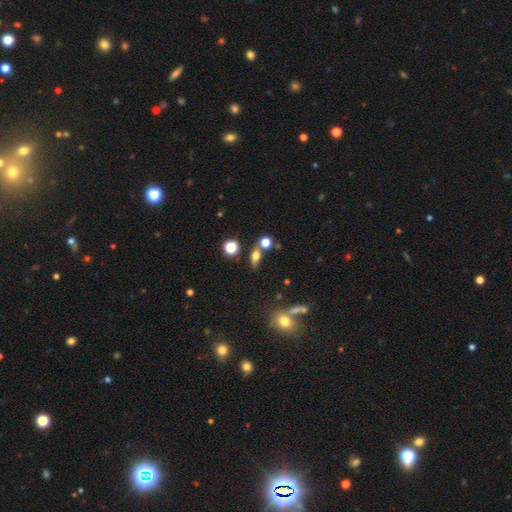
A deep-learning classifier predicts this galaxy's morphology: smooth-or-featured: smooth: 65% | featured or disk: 20% | star or artifact: 15%
  how-rounded: in between: 58% | round: 26% | cigar-shaped: 16%
  merging: none: 60% | merger: 22% | minor disturbance: 13% | major disturbance: 6%